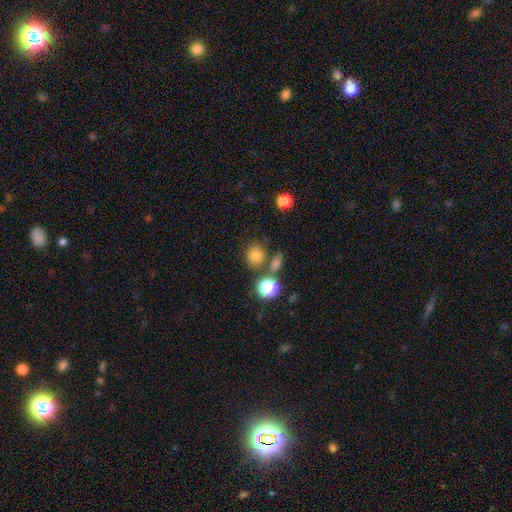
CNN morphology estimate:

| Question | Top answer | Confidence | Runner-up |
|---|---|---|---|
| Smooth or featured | smooth | 78% | star or artifact (16%) |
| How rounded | round | 81% | in between (18%) |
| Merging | none | 69% | merger (16%) |